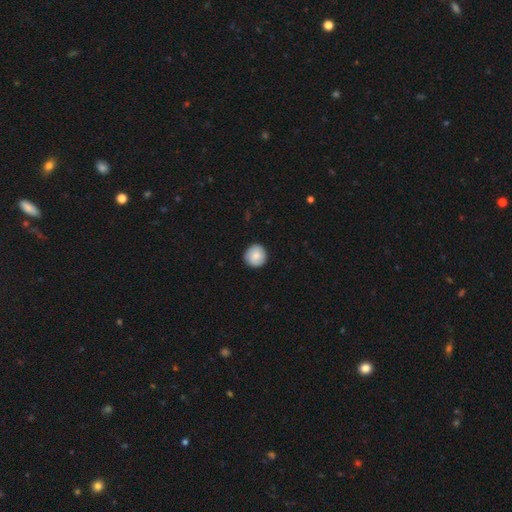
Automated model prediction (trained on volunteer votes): The model was most divided on "smooth or featured": smooth: 83%, featured or disk: 10%, star or artifact: 7%. More confident: how rounded — round (94%); merging — none (90%).